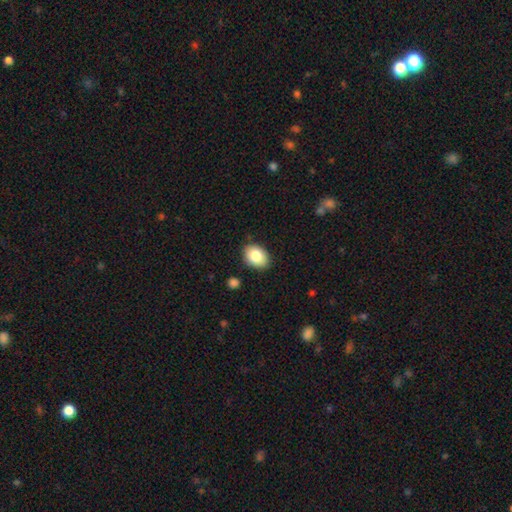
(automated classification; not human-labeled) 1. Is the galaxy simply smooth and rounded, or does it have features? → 84% smooth, 9% featured or disk, 7% star or artifact.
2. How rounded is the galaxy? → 77% in between, 22% round, 1% cigar-shaped.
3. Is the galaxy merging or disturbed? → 86% none, 10% minor disturbance, 2% major disturbance, 2% merger.